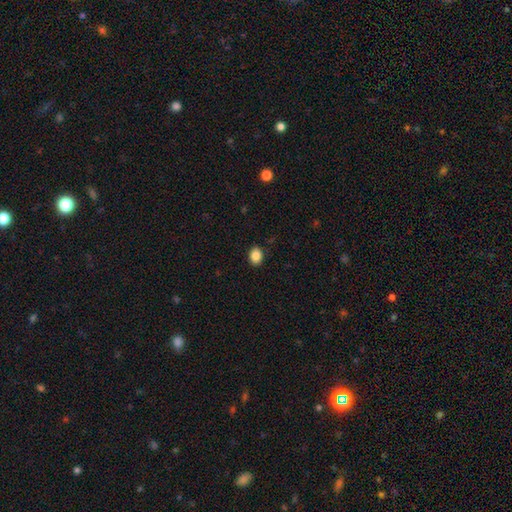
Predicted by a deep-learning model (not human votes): The model was most divided on "how rounded": in between: 67%, round: 32%, cigar-shaped: 1%. More confident: merging — none (89%); smooth or featured — smooth (87%).